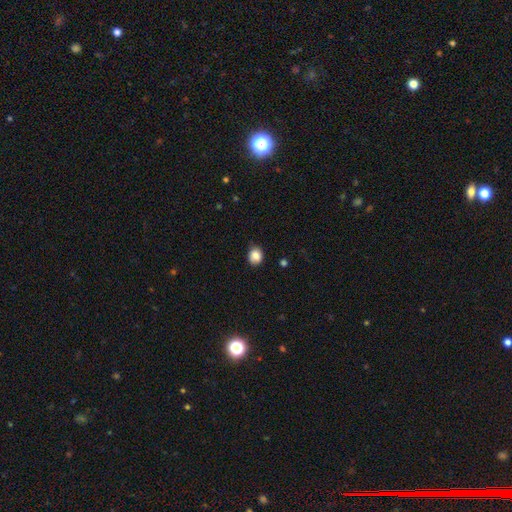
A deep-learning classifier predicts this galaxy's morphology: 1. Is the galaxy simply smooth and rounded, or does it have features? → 85% smooth, 9% star or artifact, 5% featured or disk.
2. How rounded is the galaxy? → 64% round, 35% in between, 1% cigar-shaped.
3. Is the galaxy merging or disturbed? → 75% none, 20% minor disturbance, 3% major disturbance, 1% merger.